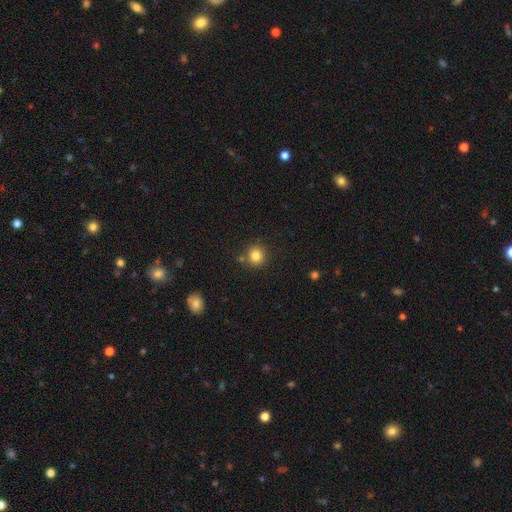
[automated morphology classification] A smooth galaxy with no disk features (83%) that is round (91%). Merging: none (82%).